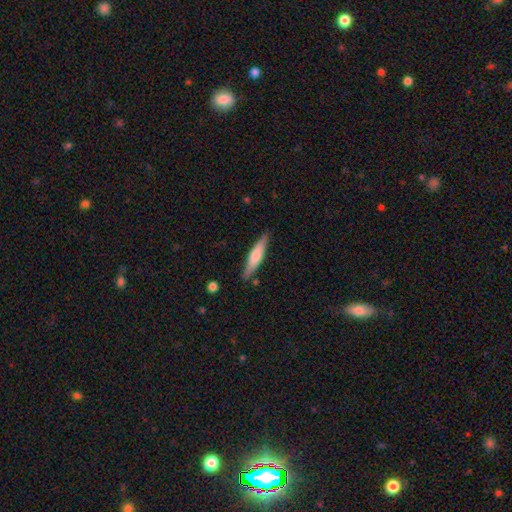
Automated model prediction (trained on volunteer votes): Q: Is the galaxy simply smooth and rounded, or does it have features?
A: smooth — 55%.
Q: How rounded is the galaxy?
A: cigar-shaped — 83%.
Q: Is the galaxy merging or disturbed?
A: none — 85%.